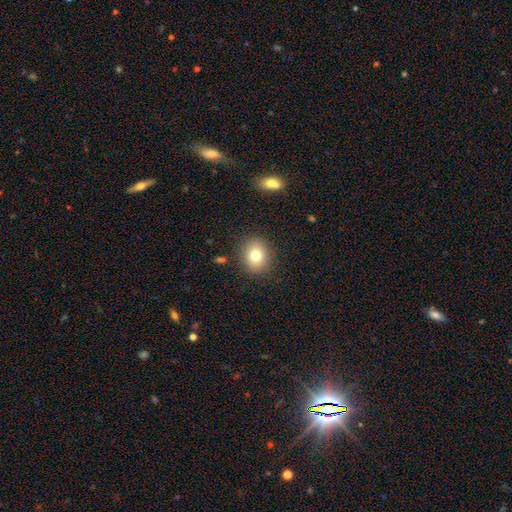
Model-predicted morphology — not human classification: A smooth galaxy with no disk features (79%) that is round (65%). Merging: none (87%).